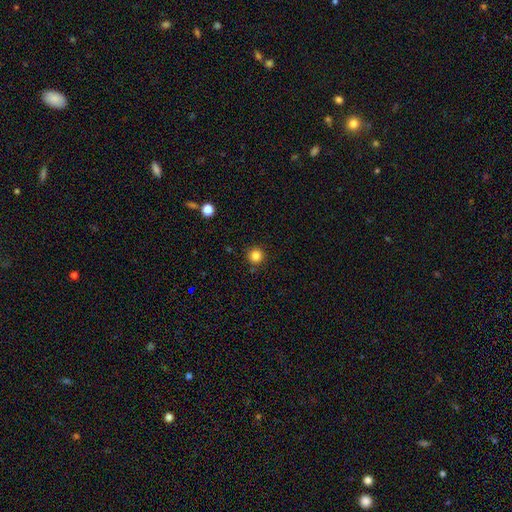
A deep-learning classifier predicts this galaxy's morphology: Q: Smooth or featured?
A: smooth (85%); runner-up: star or artifact (12%)
Q: How rounded?
A: round (96%); runner-up: in between (4%)
Q: Merging?
A: none (90%); runner-up: minor disturbance (6%)